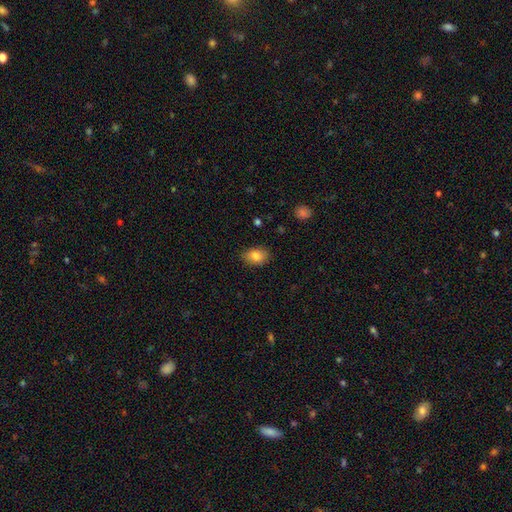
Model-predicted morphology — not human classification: A smooth galaxy with no disk features (83%) that is in between round and cigar-shaped (82%).

Vote fractions:
- Smooth or featured? smooth: 83% / featured or disk: 8% / star or artifact: 8%
- How rounded? in between: 82% / round: 17% / cigar-shaped: 1%
- Merging? none: 83% / minor disturbance: 13% / major disturbance: 3% / merger: 1%